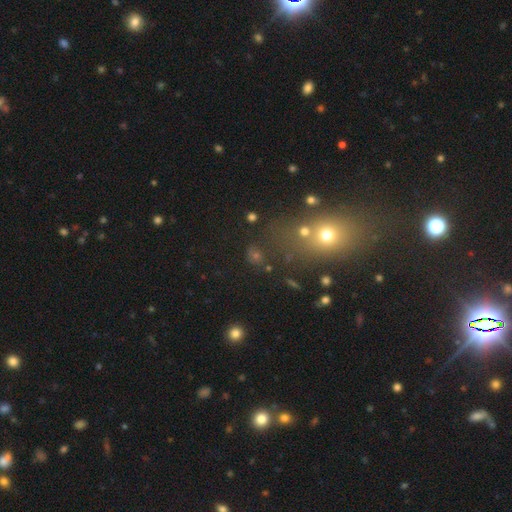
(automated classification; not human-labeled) Overall: smooth (51%; star or artifact 37%). How rounded: round (62%; in between 34%). Merging: none (63%).